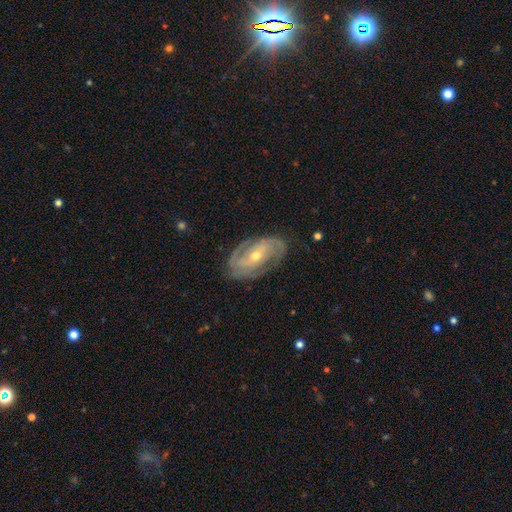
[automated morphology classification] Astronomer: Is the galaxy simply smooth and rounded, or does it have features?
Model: featured or disk — 86%.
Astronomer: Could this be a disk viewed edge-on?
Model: no — 95%.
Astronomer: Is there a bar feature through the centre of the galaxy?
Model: no — 46% (runner-up: weak, 34%).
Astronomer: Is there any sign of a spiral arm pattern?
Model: yes — 94%.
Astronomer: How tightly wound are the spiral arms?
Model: tight — 58% (runner-up: medium, 34%).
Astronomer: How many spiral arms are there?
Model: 2 — 58%.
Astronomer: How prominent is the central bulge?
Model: small — 50% (runner-up: moderate, 47%).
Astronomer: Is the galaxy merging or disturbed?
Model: none — 78%.